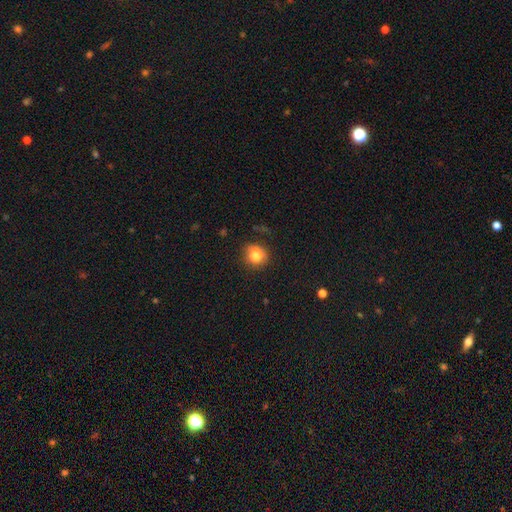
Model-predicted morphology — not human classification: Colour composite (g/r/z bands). It shows a smooth galaxy with no disk features (79%) that is round (82%). Merging: none (77%).